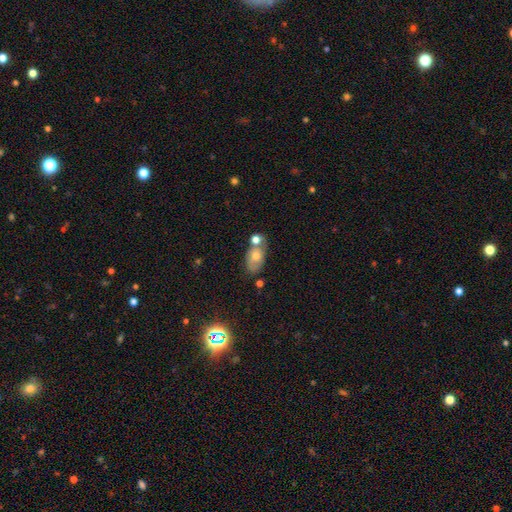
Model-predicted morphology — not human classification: Smooth or featured: smooth — 64% (featured or disk — 26%)
How rounded: in between — 84% (round — 13%)
Merging: none — 45% (merger — 32%)